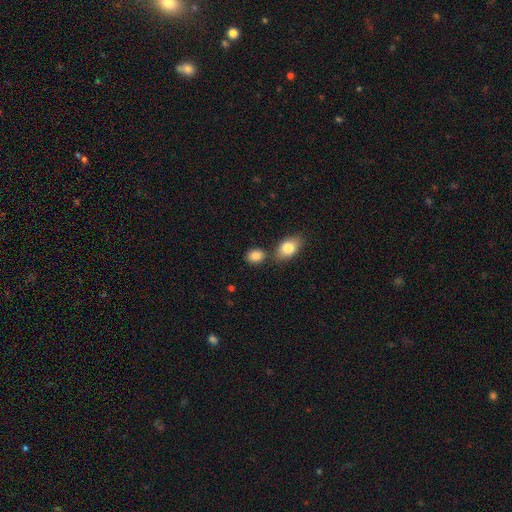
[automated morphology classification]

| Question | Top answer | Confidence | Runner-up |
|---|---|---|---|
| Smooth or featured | smooth | 86% | star or artifact (8%) |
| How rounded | in between | 57% | round (41%) |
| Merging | none | 66% | merger (20%) |